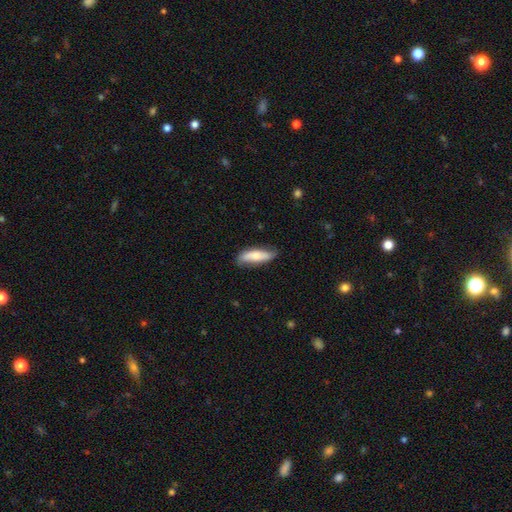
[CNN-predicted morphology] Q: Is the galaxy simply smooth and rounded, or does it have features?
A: smooth — 63%.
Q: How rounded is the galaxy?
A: cigar-shaped — 52%.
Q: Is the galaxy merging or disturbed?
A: none — 75%.